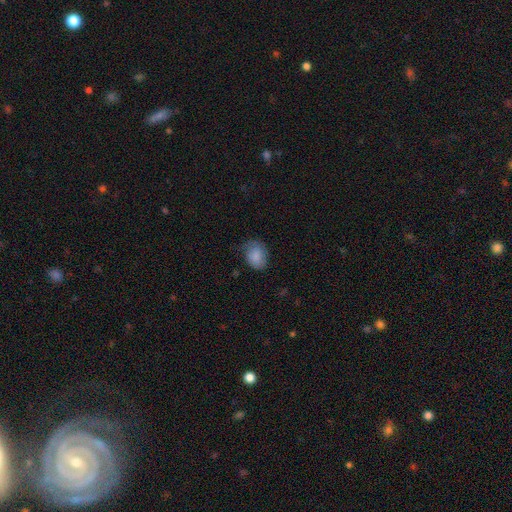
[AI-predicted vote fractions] Morphology: type=smooth (83%); roundness=in between (60%); merging=none (59%).